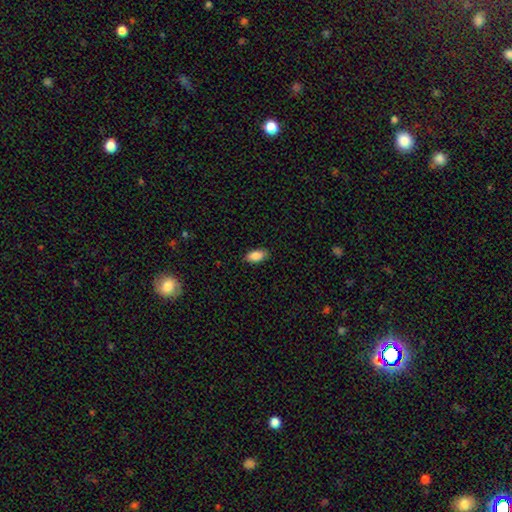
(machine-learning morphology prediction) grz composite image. It shows a smooth galaxy with no disk features (88%) that is in between round and cigar-shaped (92%). Merging: none (86%).